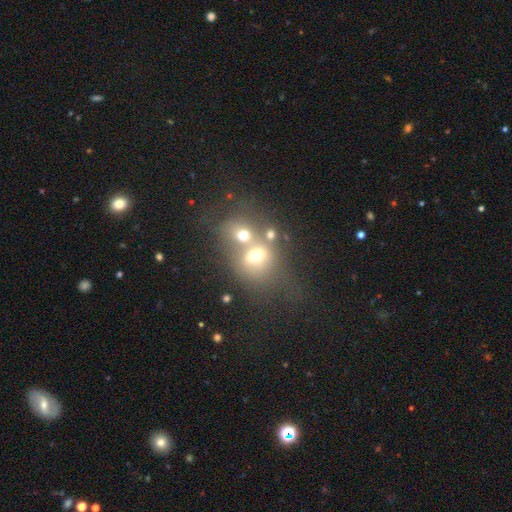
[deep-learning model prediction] This appears to be a smooth galaxy with no disk features (59%) that is round (59%). Merging: merger (60%).